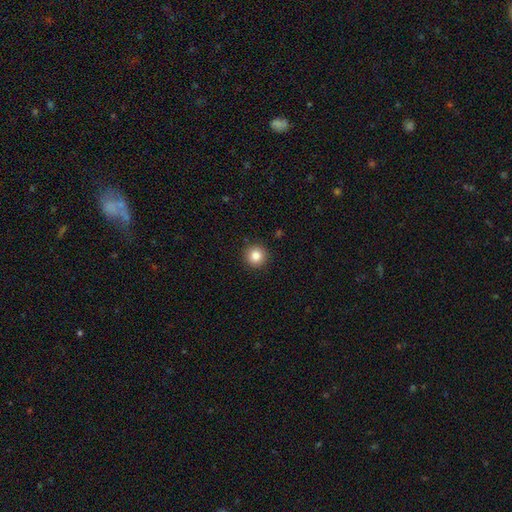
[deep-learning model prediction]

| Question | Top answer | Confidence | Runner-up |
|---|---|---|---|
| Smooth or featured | smooth | 85% | star or artifact (10%) |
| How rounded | round | 95% | in between (4%) |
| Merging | none | 92% | minor disturbance (5%) |